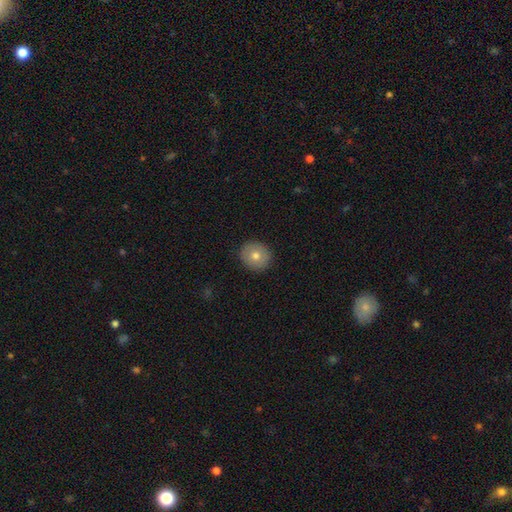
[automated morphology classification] This appears to be a smooth galaxy with no disk features (73%) that is round (87%). Merging: none (91%).